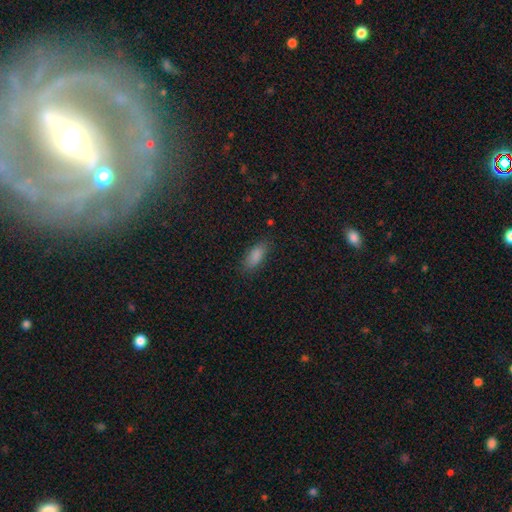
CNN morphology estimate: The model was most divided on "how rounded": in between: 81%, cigar-shaped: 16%, round: 2%. More confident: smooth or featured — smooth (86%); merging — none (81%).